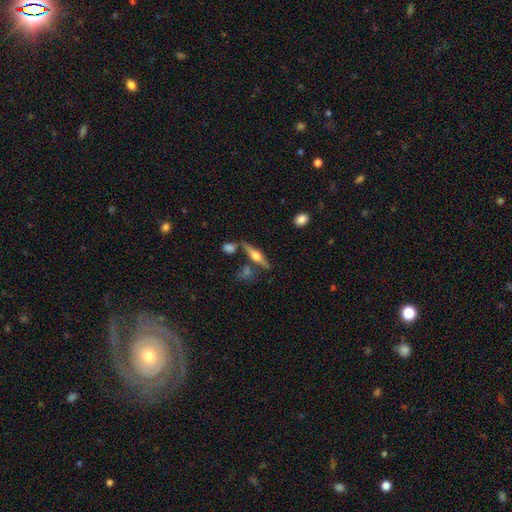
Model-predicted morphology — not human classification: Smooth or featured? Predicted: featured or disk (p=0.68). Edge-on disk? Predicted: yes (p=0.96). Edge-on bulge? Predicted: rounded (p=0.94). Merging? Predicted: none (p=0.73).